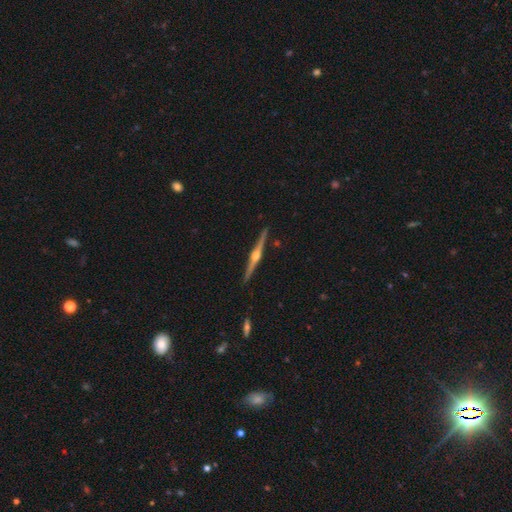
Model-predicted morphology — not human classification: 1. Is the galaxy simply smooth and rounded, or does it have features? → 85% featured or disk, 10% smooth, 5% star or artifact.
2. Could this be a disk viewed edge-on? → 99% yes, 1% no.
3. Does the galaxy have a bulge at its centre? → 94% rounded, 4% boxy, 2% none.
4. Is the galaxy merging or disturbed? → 91% none, 6% minor disturbance, 1% merger, 1% major disturbance.